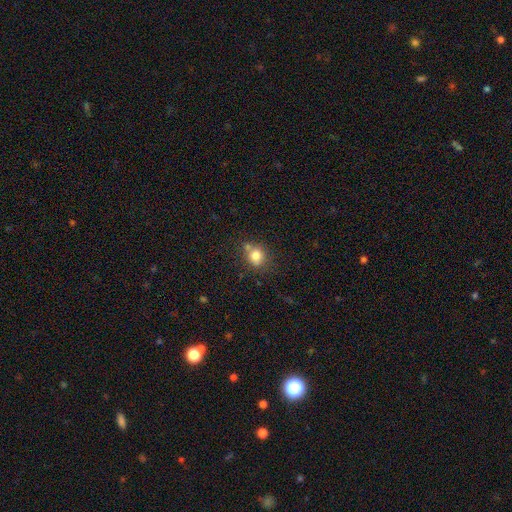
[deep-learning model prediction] Q: Smooth or featured?
A: smooth (79%); runner-up: star or artifact (11%)
Q: How rounded?
A: round (73%); runner-up: in between (26%)
Q: Merging?
A: none (59%); runner-up: merger (20%)